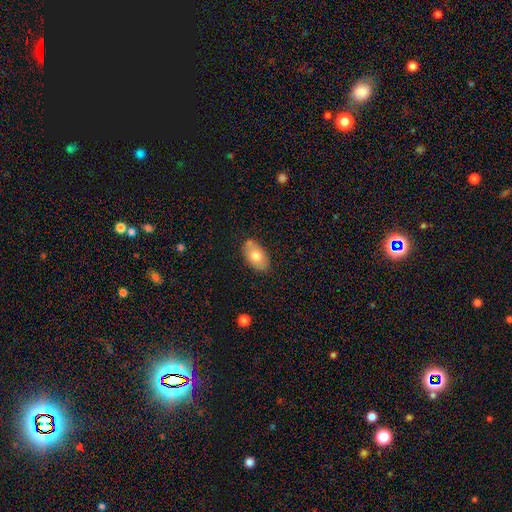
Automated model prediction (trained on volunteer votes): Morphology: type=smooth (71%); roundness=in between (93%); merging=none (79%).